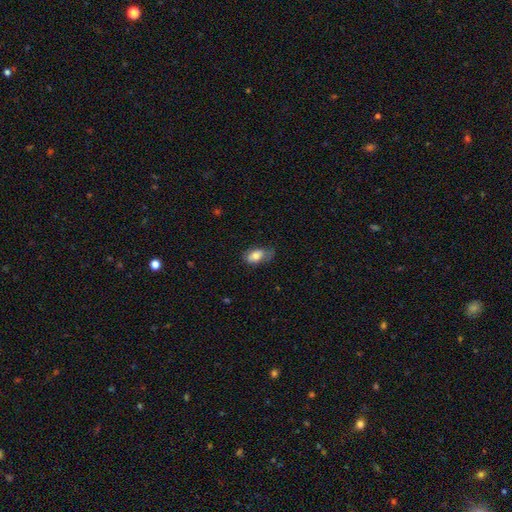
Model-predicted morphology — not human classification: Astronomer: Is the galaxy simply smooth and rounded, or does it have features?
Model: smooth — 75%.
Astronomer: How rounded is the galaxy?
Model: in between — 90%.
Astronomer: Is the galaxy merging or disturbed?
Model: none — 48% (runner-up: minor disturbance, 35%).